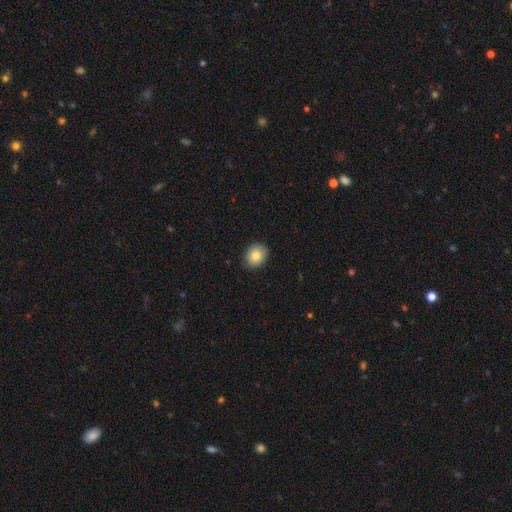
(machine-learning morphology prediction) Q: Smooth or featured?
A: smooth (83%); runner-up: star or artifact (9%)
Q: How rounded?
A: round (59%); runner-up: in between (40%)
Q: Merging?
A: none (88%); runner-up: minor disturbance (9%)